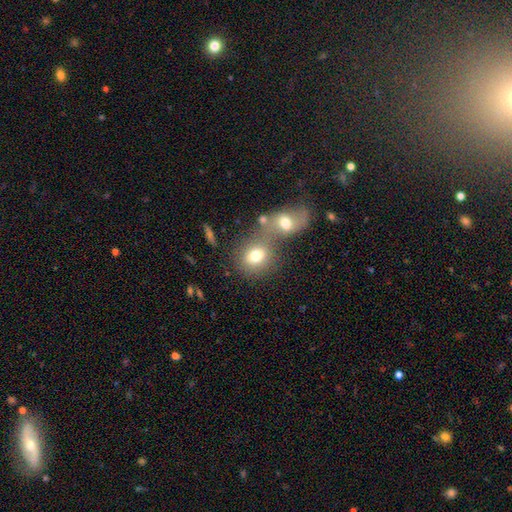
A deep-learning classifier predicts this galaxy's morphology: smooth-or-featured: smooth: 74% | featured or disk: 15% | star or artifact: 11%
  how-rounded: round: 63% | in between: 36% | cigar-shaped: 1%
  merging: merger: 46% | none: 40% | minor disturbance: 9% | major disturbance: 5%